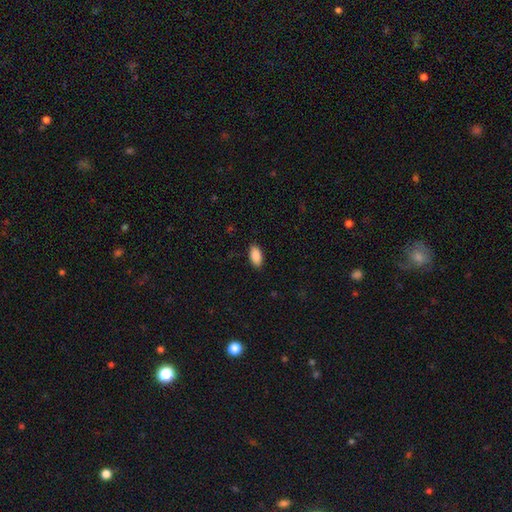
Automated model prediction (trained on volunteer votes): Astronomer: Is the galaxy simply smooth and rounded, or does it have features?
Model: smooth — 90%.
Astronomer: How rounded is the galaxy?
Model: in between — 93%.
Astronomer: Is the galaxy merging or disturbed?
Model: none — 88%.